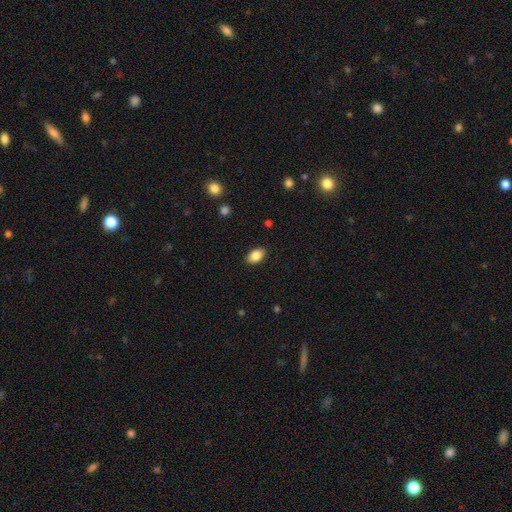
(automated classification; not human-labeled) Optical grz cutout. It shows a smooth galaxy with no disk features (87%) that is in between round and cigar-shaped (91%). Merging: none (88%).